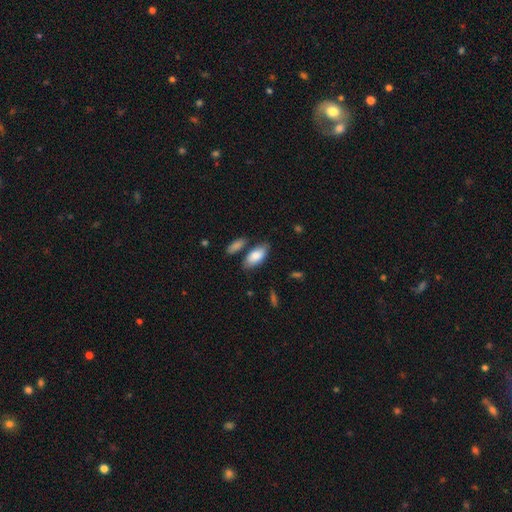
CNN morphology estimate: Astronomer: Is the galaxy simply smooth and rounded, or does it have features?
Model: smooth — 83%.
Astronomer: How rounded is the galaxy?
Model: in between — 89%.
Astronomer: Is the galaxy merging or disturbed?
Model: none — 70%.